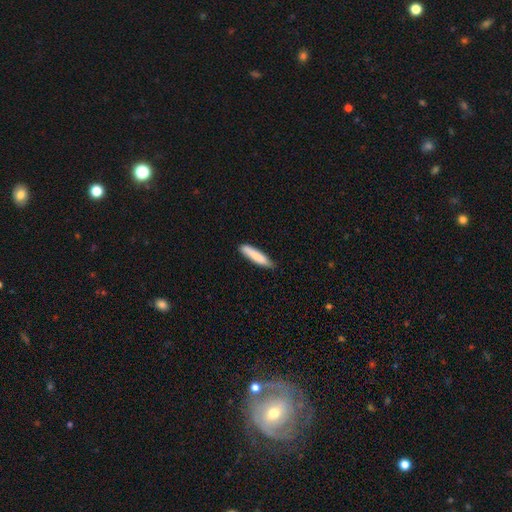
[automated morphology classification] Smooth or featured? Predicted: smooth (p=0.83). How rounded? Predicted: cigar-shaped (p=0.84). Merging? Predicted: none (p=0.82).